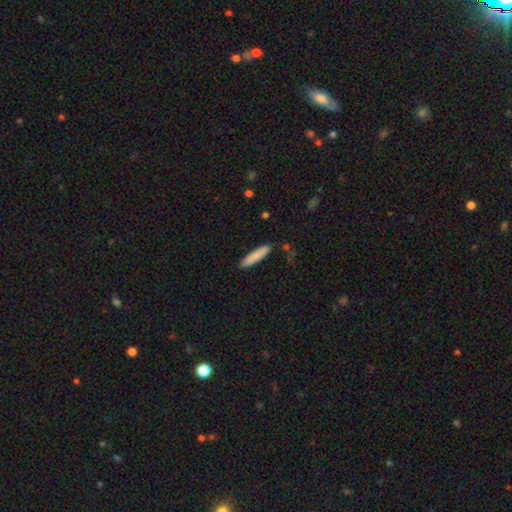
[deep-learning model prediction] Morphology: type=smooth (83%); roundness=cigar-shaped (89%); merging=none (88%).